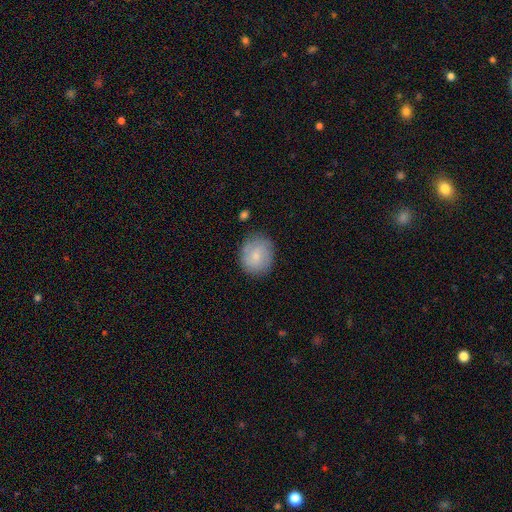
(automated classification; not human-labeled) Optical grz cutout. It shows a smooth galaxy with no disk features (71%) that is round (73%). Merging: none (81%).